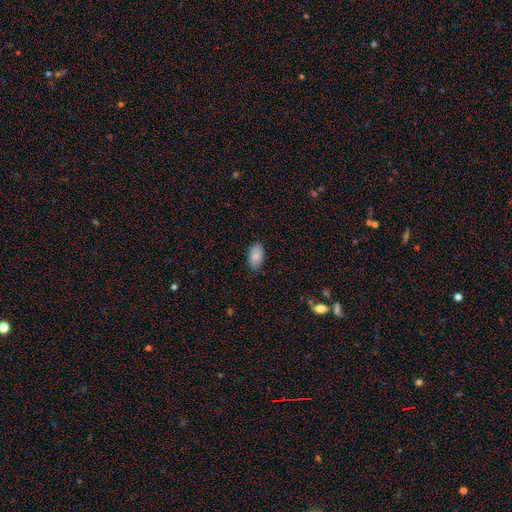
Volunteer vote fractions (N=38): Overall: smooth (87%). How rounded: in between (94%). Merging: none (95%).